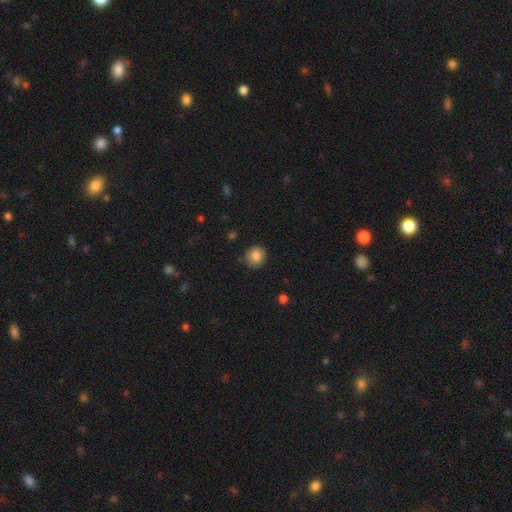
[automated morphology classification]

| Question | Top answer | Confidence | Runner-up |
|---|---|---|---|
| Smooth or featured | smooth | 85% | star or artifact (9%) |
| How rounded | round | 86% | in between (13%) |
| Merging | none | 85% | minor disturbance (12%) |